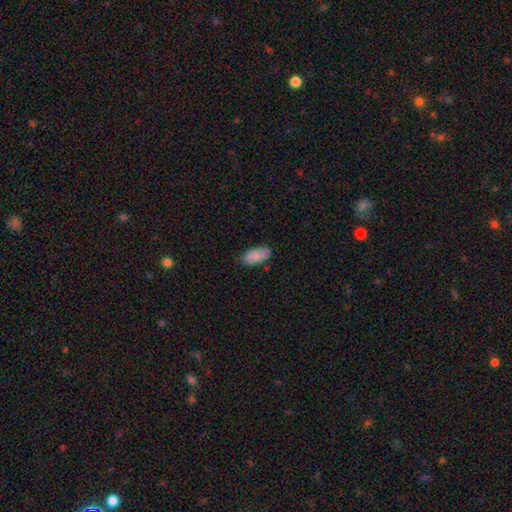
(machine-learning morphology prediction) smooth 86%, featured or disk 7%, star or artifact 6%. Down the decision tree: how rounded — in between (91%); merging — none (80%).